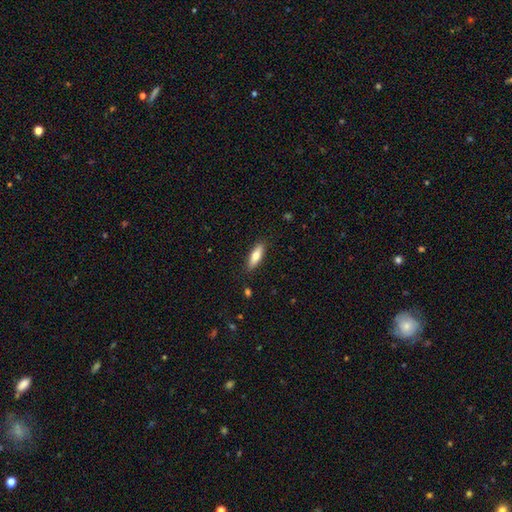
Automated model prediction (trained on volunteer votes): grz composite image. It shows a smooth galaxy with no disk features (71%) that is in between round and cigar-shaped (53%). Merging: none (88%).